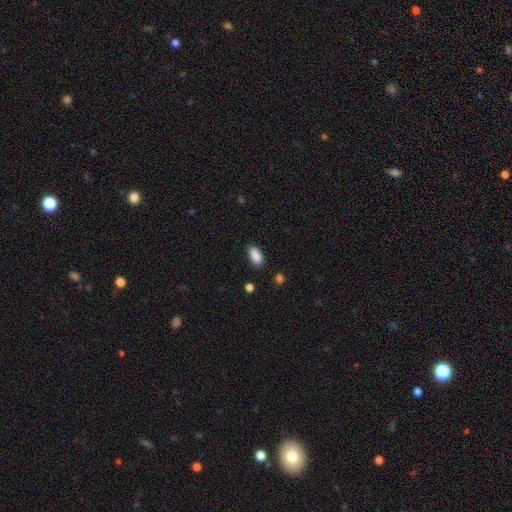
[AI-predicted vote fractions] smooth-or-featured: smooth: 88% | star or artifact: 8% | featured or disk: 4%
  how-rounded: in between: 86% | cigar-shaped: 11% | round: 3%
  merging: none: 77% | minor disturbance: 17% | major disturbance: 3% | merger: 2%